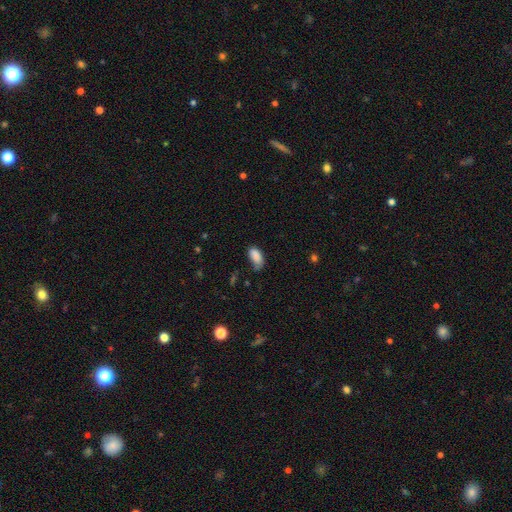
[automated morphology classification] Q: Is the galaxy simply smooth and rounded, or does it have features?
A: smooth — 85%.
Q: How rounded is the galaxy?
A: in between — 93%.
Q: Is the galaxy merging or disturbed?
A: none — 48%.